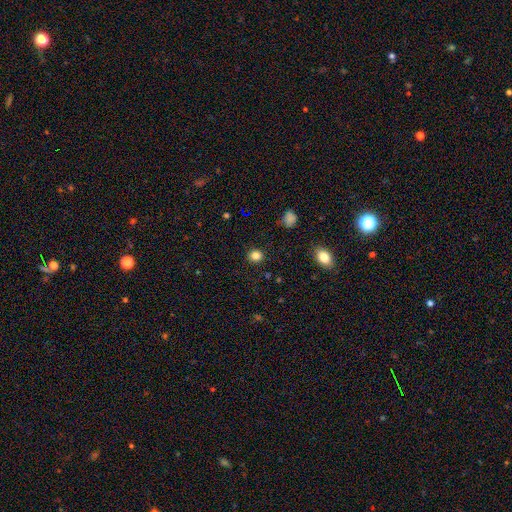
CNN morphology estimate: This is clearly a smooth galaxy (83%). How rounded: clearly round (82%). Merging: clearly none (90%).